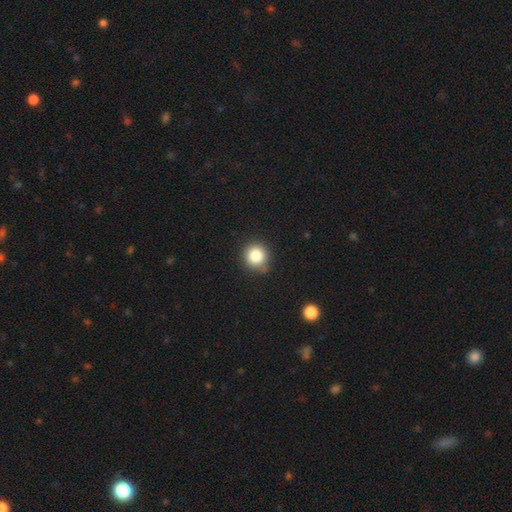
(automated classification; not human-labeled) Smooth or featured: smooth — 83% (star or artifact — 11%)
How rounded: round — 93% (in between — 6%)
Merging: none — 85% (minor disturbance — 11%)